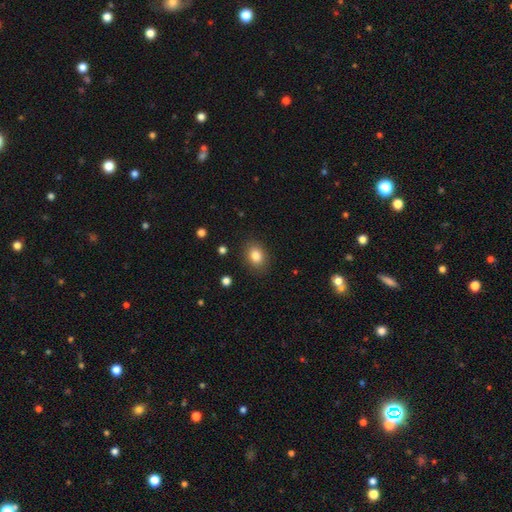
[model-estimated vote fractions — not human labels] Smooth or featured? Predicted: smooth (p=0.84). How rounded? Predicted: in between (p=0.64). Merging? Predicted: none (p=0.87).